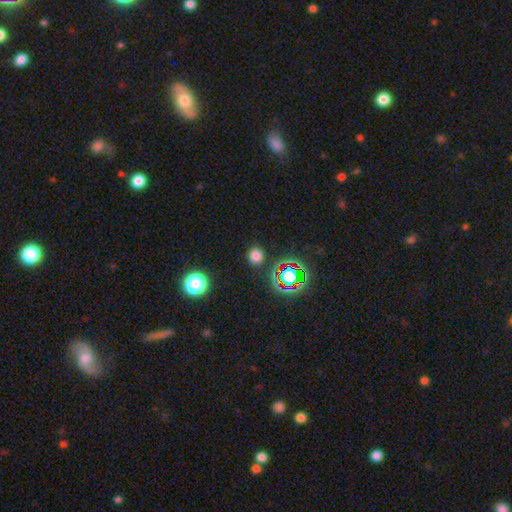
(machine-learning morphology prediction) type=smooth (71%); roundness=round (90%); merging=none (88%).